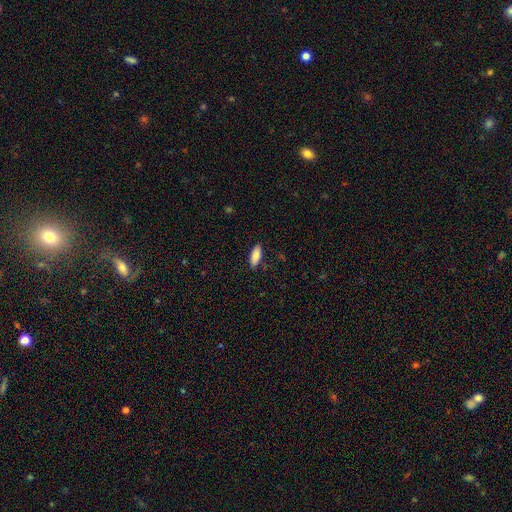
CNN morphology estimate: Smooth or featured?
  - smooth: 87% *
  - featured or disk: 7%
  - star or artifact: 6%
How rounded?
  - in between: 76% *
  - cigar-shaped: 22%
  - round: 2%
Merging?
  - none: 86% *
  - minor disturbance: 11%
  - major disturbance: 2%
  - merger: 1%